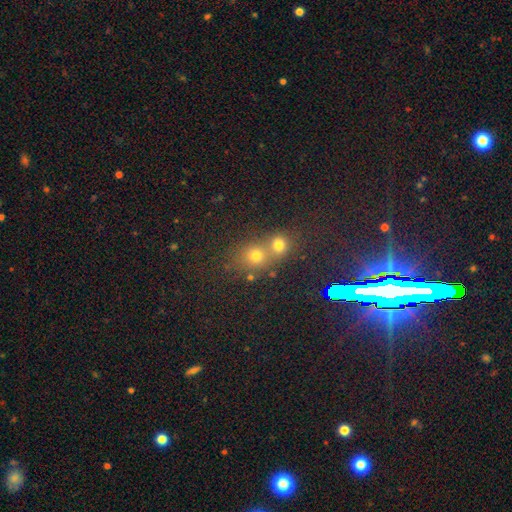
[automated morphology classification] This appears to be a smooth galaxy with no disk features (70%) that is round (79%). Merging: merger (52%).